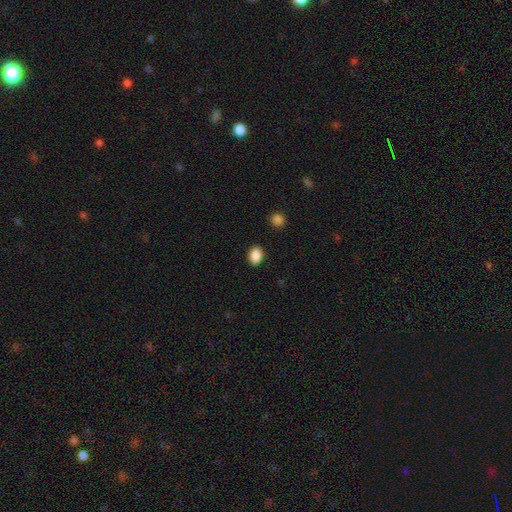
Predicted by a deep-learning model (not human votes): Smooth or featured: smooth — 89% (star or artifact — 9%)
How rounded: in between — 71% (round — 28%)
Merging: none — 89% (minor disturbance — 8%)